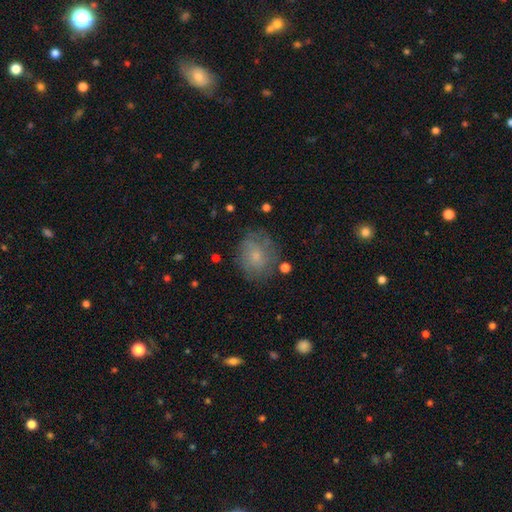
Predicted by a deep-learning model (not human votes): smooth_or_featured: smooth (p=0.62) [alt: featured or disk p=0.28]
how_rounded: round (p=0.67) [alt: in between p=0.32]
merging: none (p=0.68) [alt: minor disturbance p=0.20]